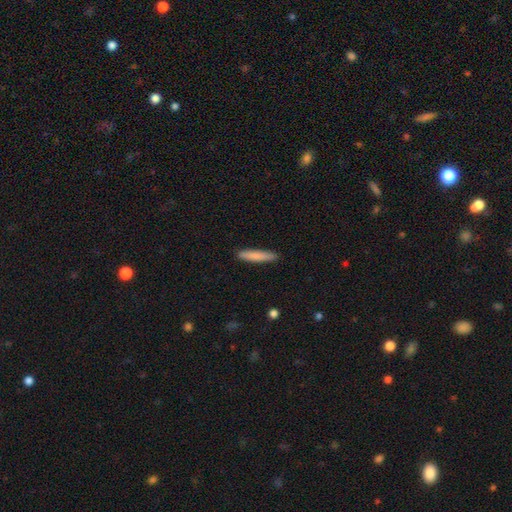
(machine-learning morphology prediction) Smooth or featured? smooth (82%)
How rounded? cigar-shaped (91%)
Merging? none (89%)